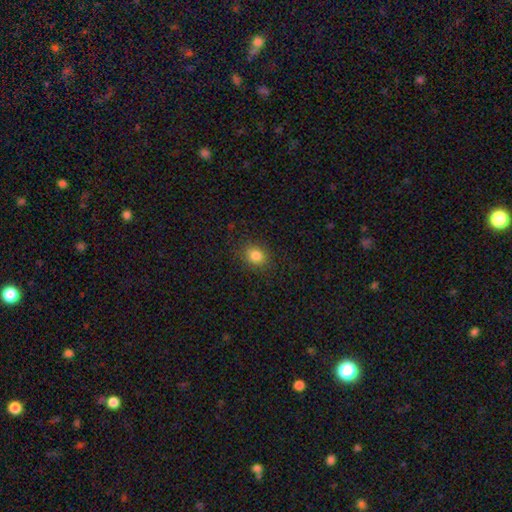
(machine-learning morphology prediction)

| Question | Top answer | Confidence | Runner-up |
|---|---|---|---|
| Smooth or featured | smooth | 84% | star or artifact (11%) |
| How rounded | round | 63% | in between (36%) |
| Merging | none | 87% | minor disturbance (9%) |